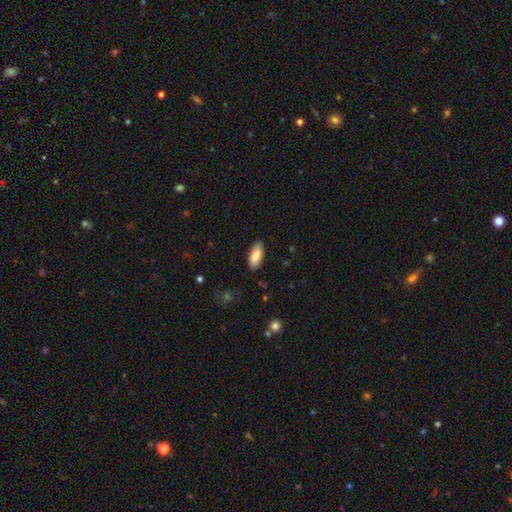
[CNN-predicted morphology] smooth_or_featured: smooth (p=0.85) [alt: featured or disk p=0.09]
how_rounded: in between (p=0.84) [alt: cigar-shaped p=0.14]
merging: none (p=0.88) [alt: minor disturbance p=0.09]